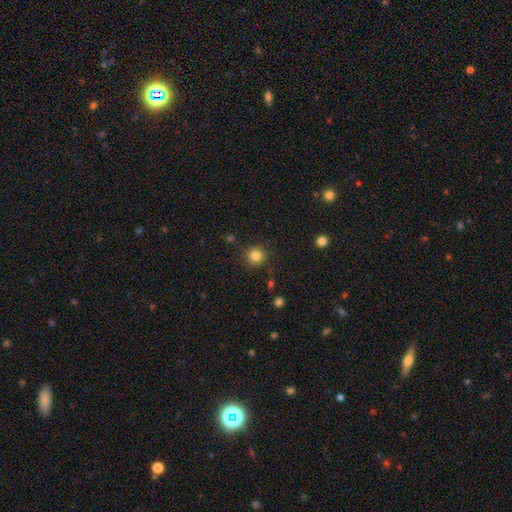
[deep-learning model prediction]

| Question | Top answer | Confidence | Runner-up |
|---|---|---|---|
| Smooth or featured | smooth | 84% | star or artifact (12%) |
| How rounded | round | 94% | in between (5%) |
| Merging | none | 89% | minor disturbance (7%) |